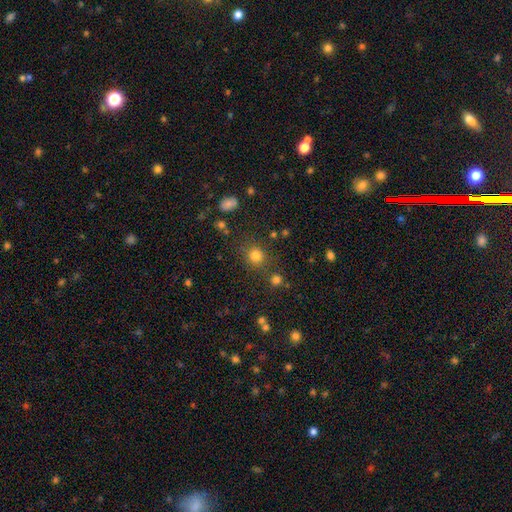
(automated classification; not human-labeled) smooth 79%, star or artifact 15%, featured or disk 6%. Down the decision tree: how rounded — round (88%); merging — none (79%).